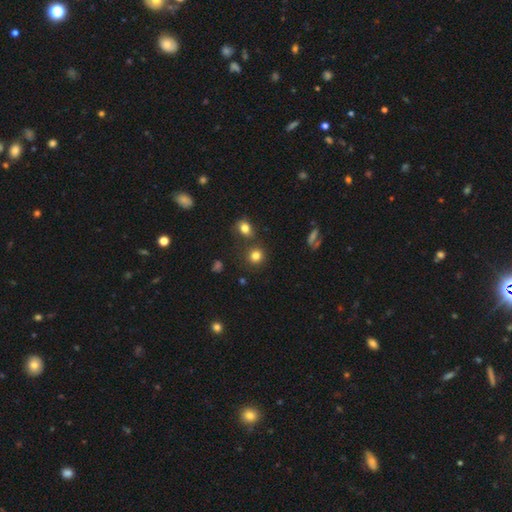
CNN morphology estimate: This appears to be a smooth galaxy with no disk features (80%) that is round (86%). Merging: none (76%).